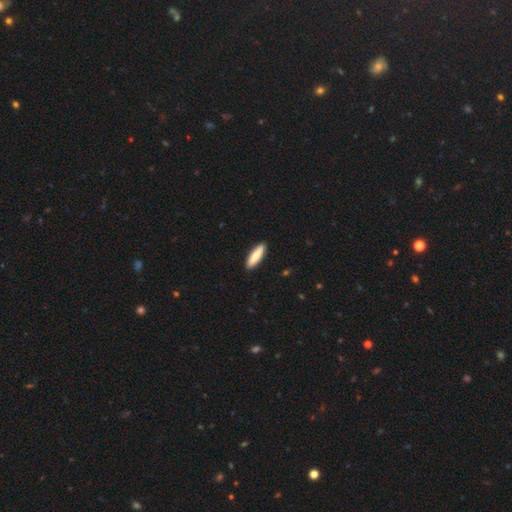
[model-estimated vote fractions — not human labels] The model was most divided on "how rounded": cigar-shaped: 66%, in between: 32%, round: 2%. More confident: merging — none (91%); smooth or featured — smooth (84%).